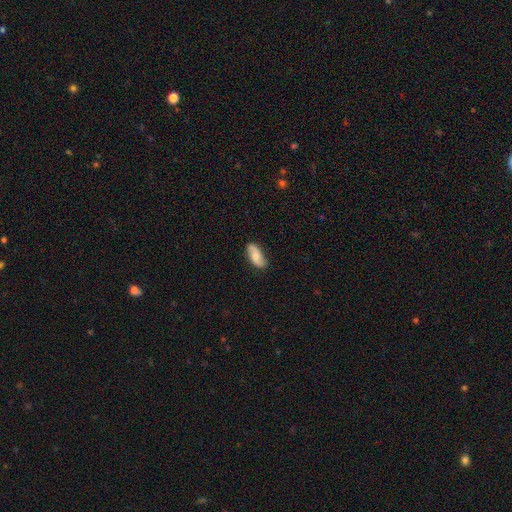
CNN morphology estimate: Smooth or featured? Predicted: smooth (p=0.60). How rounded? Predicted: in between (p=0.85). Merging? Predicted: none (p=0.81).